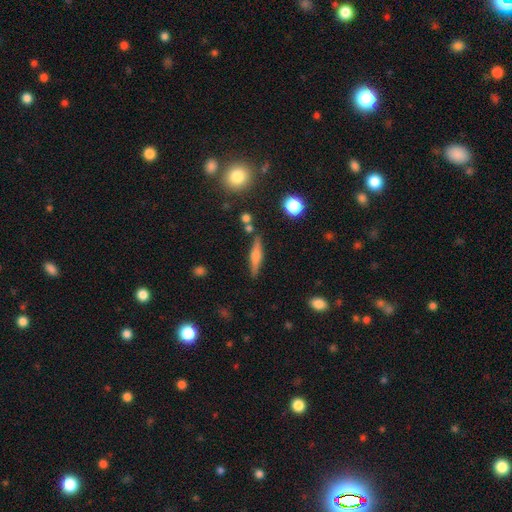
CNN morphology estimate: Q: Smooth or featured?
A: featured or disk (54%); runner-up: smooth (38%)
Q: Edge-on disk?
A: yes (95%); runner-up: no (5%)
Q: Edge-on bulge?
A: rounded (83%); runner-up: boxy (10%)
Q: Merging?
A: none (83%); runner-up: minor disturbance (10%)